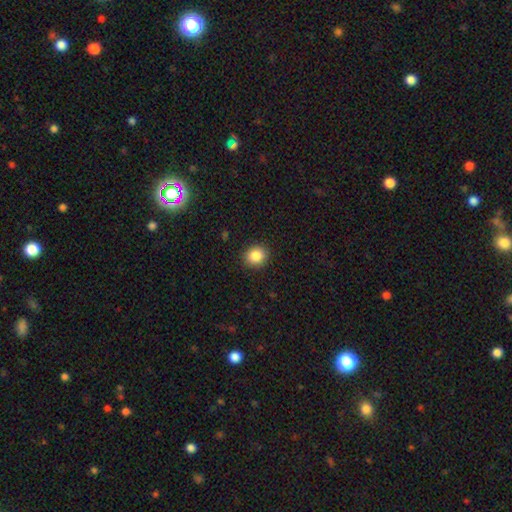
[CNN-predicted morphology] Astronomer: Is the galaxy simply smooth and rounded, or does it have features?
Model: smooth — 87%.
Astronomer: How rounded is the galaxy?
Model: round — 72%.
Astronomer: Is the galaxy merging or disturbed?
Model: none — 90%.